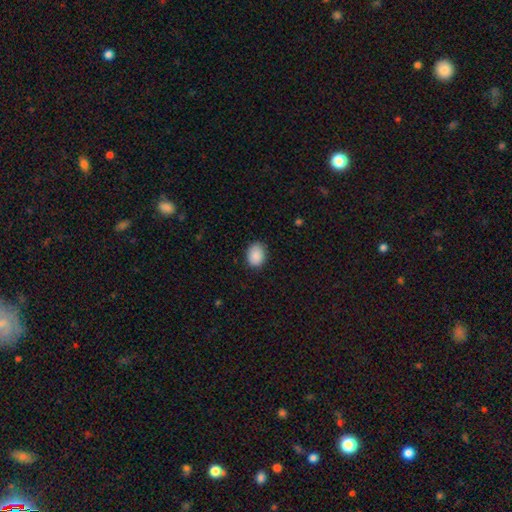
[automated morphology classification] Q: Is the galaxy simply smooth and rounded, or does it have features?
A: smooth — 89%.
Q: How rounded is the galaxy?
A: in between — 58%.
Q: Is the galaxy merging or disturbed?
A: none — 83%.